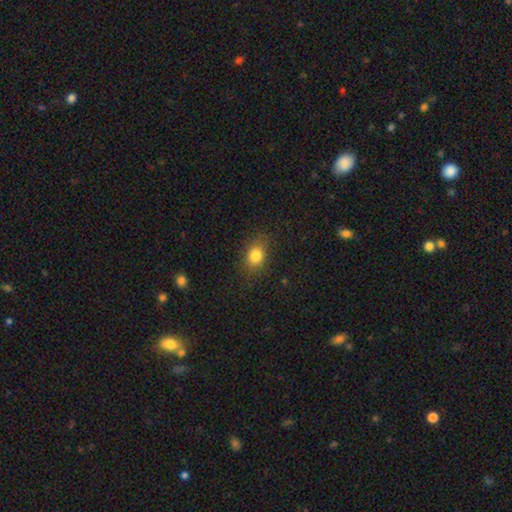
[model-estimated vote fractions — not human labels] smooth 82%, star or artifact 11%, featured or disk 7%. Down the decision tree: how rounded — in between (60%); merging — none (82%).